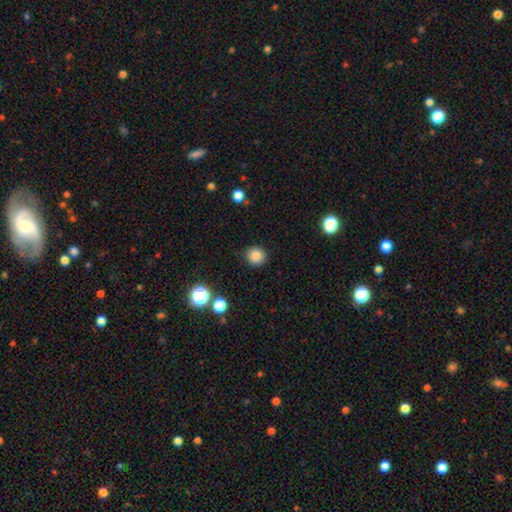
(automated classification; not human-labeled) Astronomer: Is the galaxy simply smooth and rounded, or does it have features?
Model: smooth — 84%.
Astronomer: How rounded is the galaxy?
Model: round — 92%.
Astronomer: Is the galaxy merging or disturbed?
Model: none — 89%.